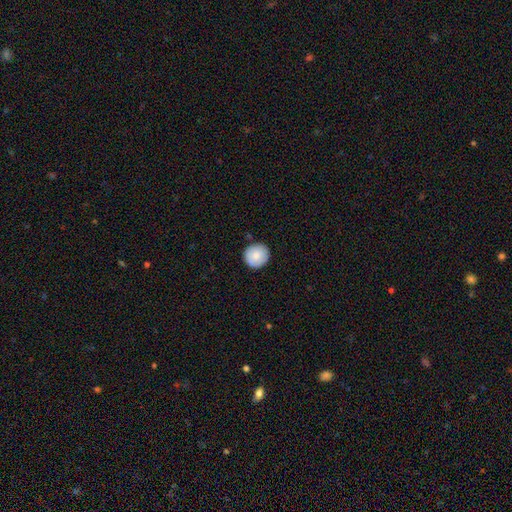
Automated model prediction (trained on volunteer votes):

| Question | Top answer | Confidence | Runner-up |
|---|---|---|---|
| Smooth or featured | smooth | 81% | featured or disk (12%) |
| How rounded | round | 92% | in between (7%) |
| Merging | none | 87% | minor disturbance (9%) |